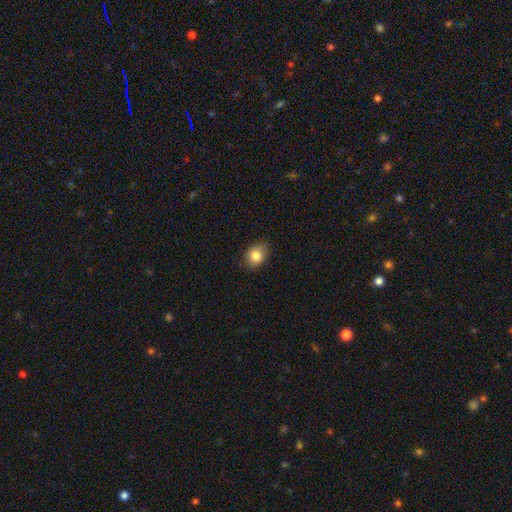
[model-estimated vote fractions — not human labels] Smooth or featured? Predicted: smooth (p=0.84). How rounded? Predicted: in between (p=0.53). Merging? Predicted: none (p=0.83).